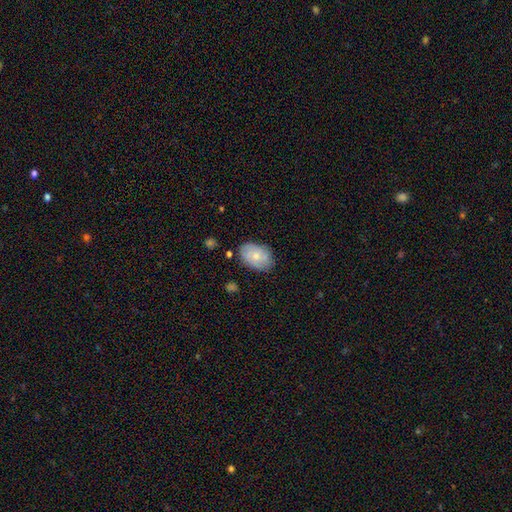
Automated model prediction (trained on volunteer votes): Smooth or featured?
  - smooth: 54% *
  - featured or disk: 38%
  - star or artifact: 7%
How rounded?
  - in between: 82% *
  - round: 17%
  - cigar-shaped: 1%
Merging?
  - none: 74% *
  - minor disturbance: 19%
  - major disturbance: 5%
  - merger: 2%